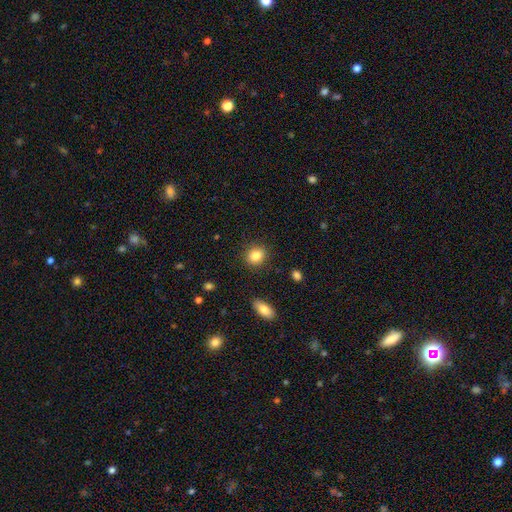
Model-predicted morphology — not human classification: Smooth or featured? Predicted: smooth (p=0.84). How rounded? Predicted: round (p=0.81). Merging? Predicted: none (p=0.90).